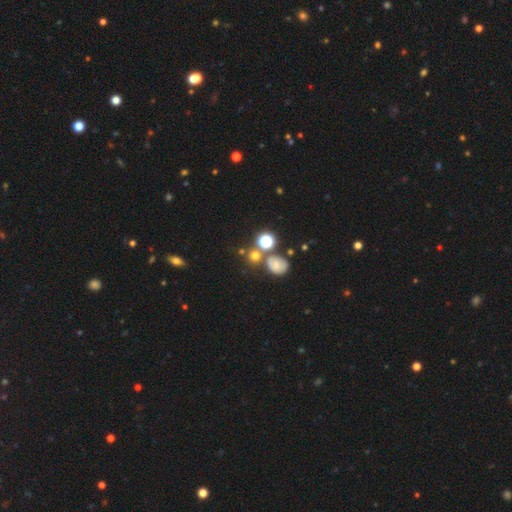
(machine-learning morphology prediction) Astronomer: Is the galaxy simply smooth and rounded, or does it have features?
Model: smooth — 57%.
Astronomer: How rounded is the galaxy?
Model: round — 82%.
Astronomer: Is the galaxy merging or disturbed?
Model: none — 61%.